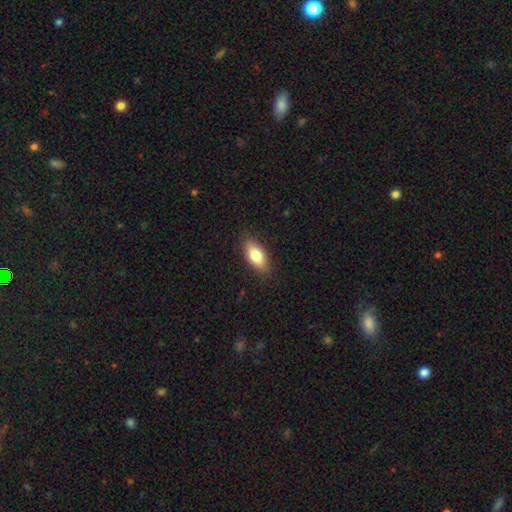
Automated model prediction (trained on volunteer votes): Q: Smooth or featured?
A: smooth (81%); runner-up: featured or disk (12%)
Q: How rounded?
A: in between (84%); runner-up: cigar-shaped (13%)
Q: Merging?
A: none (86%); runner-up: minor disturbance (11%)